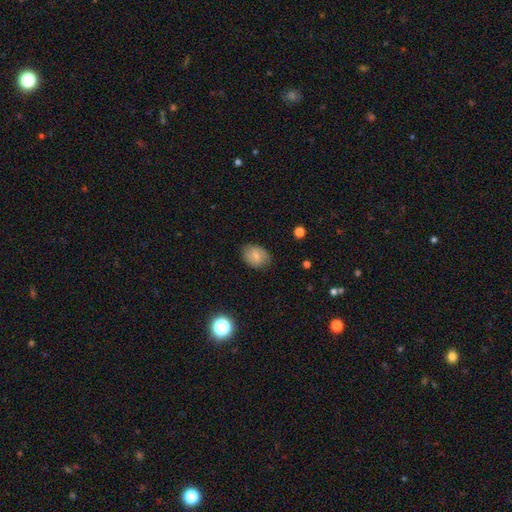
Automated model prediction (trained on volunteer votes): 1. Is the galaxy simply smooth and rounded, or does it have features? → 70% smooth, 21% featured or disk, 9% star or artifact.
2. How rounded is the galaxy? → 65% in between, 33% round, 1% cigar-shaped.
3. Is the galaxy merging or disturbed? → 77% none, 18% minor disturbance, 4% major disturbance, 1% merger.